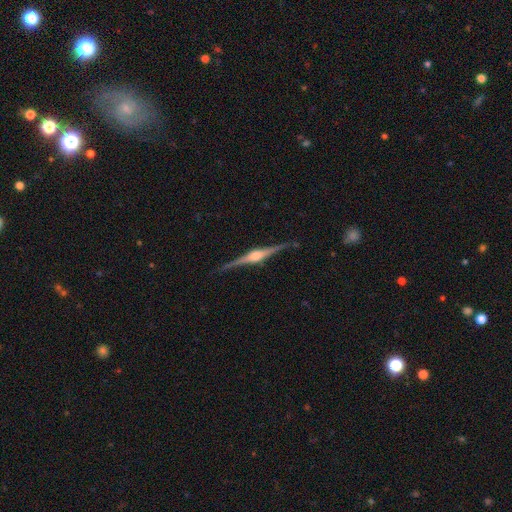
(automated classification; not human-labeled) Smooth or featured? Predicted: featured or disk (p=0.87). Edge-on disk? Predicted: yes (p=0.99). Edge-on bulge? Predicted: rounded (p=0.87). Merging? Predicted: none (p=0.89).